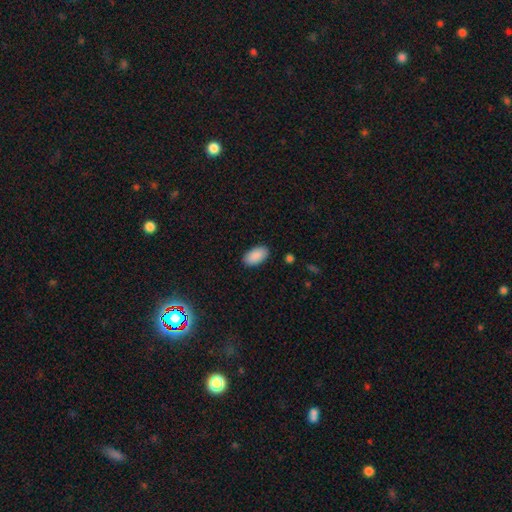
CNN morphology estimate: smooth-or-featured: smooth: 91% | star or artifact: 6% | featured or disk: 3%
  how-rounded: in between: 96% | round: 3% | cigar-shaped: 2%
  merging: none: 88% | minor disturbance: 8% | major disturbance: 2% | merger: 1%